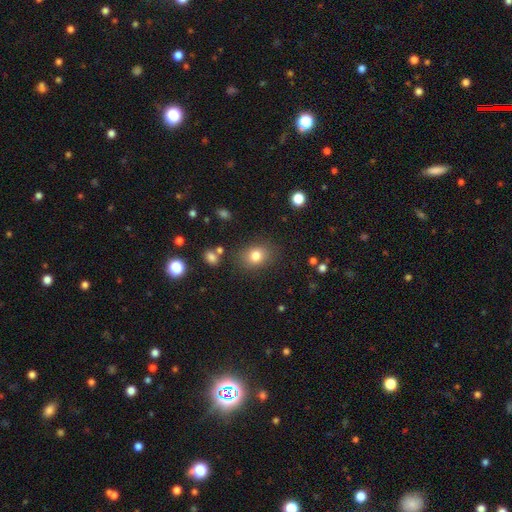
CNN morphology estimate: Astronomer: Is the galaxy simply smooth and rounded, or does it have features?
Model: smooth — 80%.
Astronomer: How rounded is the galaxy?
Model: round — 51% (runner-up: in between, 48%).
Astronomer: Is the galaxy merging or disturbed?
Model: none — 82%.